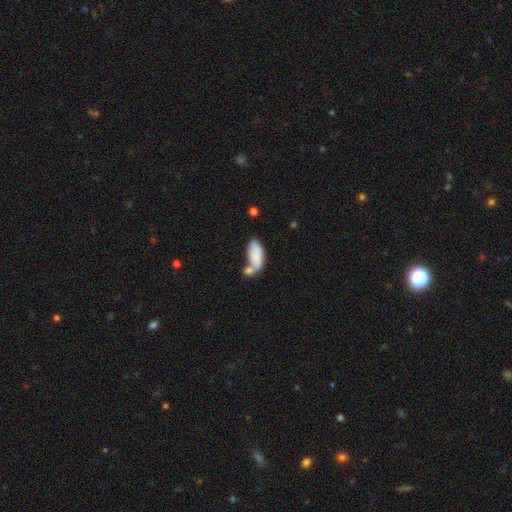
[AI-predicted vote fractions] This is likely a smooth galaxy (80%). How rounded: clearly in between (84%). Merging: marginally merger (40%).